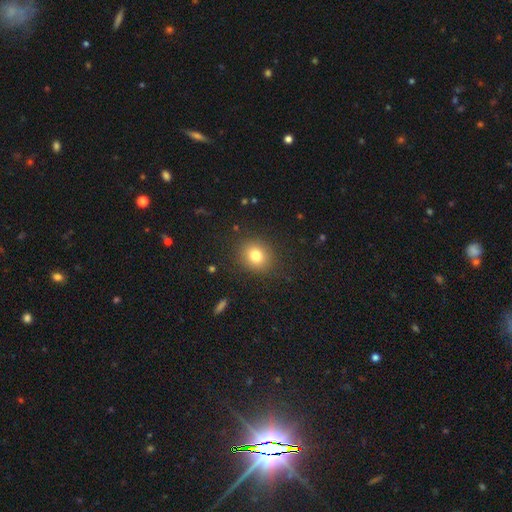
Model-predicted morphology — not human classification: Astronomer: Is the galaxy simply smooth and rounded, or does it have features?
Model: smooth — 79%.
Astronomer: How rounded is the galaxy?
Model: round — 72%.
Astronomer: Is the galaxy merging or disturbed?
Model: none — 88%.